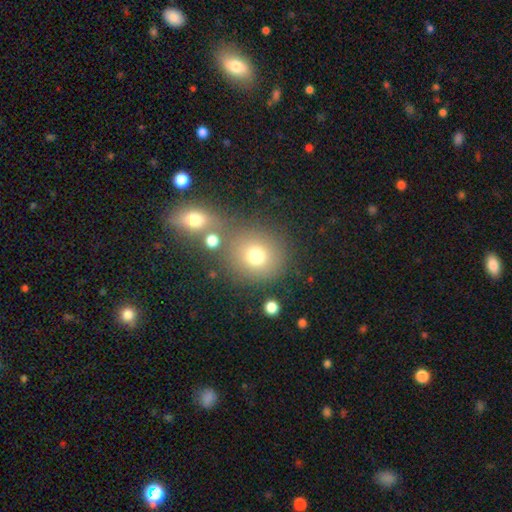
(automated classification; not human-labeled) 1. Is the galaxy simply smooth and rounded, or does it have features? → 74% smooth, 15% star or artifact, 11% featured or disk.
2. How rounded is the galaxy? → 85% round, 14% in between, 1% cigar-shaped.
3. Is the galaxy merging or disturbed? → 70% none, 15% merger, 10% minor disturbance, 5% major disturbance.